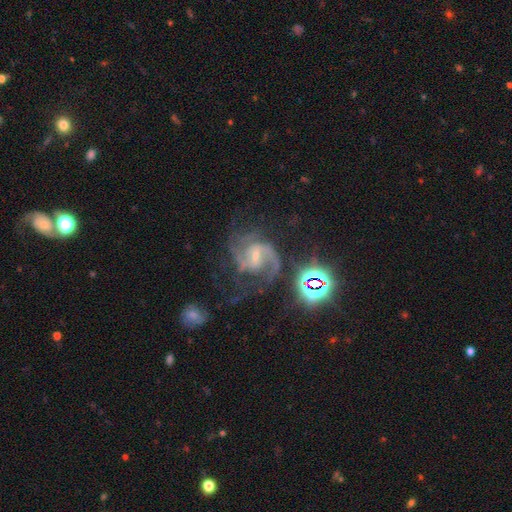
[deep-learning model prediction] Smooth or featured: featured or disk — 85% (star or artifact — 10%)
Edge-on disk: no — 98% (yes — 2%)
Bar: weak — 52% (strong — 27%)
Spiral arms: yes — 97% (no — 3%)
Spiral winding: medium — 57% (loose — 22%)
Spiral arm count: 2 — 65% (3 — 14%)
Bulge size: small — 63% (moderate — 30%)
Merging: none — 55% (major disturbance — 22%)